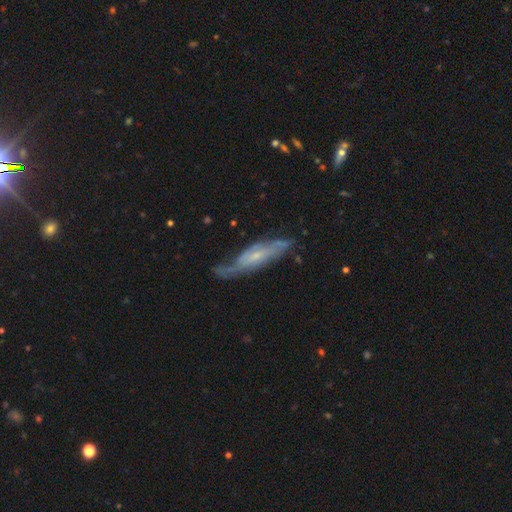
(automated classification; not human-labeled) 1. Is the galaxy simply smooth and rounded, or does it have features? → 74% featured or disk, 20% smooth, 7% star or artifact.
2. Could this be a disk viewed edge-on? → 60% no, 40% yes.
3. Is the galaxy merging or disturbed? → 63% none, 24% minor disturbance, 10% major disturbance, 3% merger.